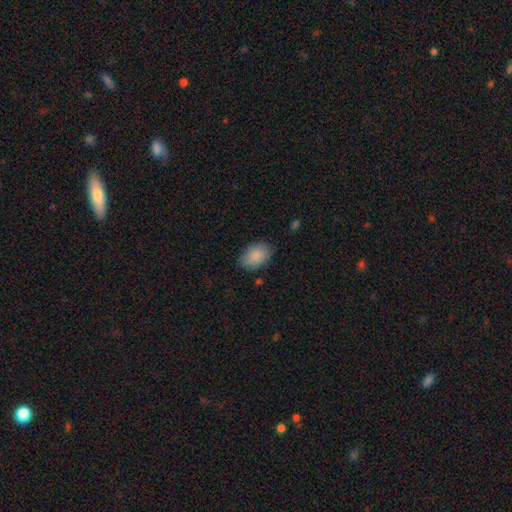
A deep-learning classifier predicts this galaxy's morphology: smooth_or_featured: smooth (p=0.88) [alt: star or artifact p=0.06]
how_rounded: in between (p=0.87) [alt: round p=0.11]
merging: none (p=0.78) [alt: minor disturbance p=0.17]